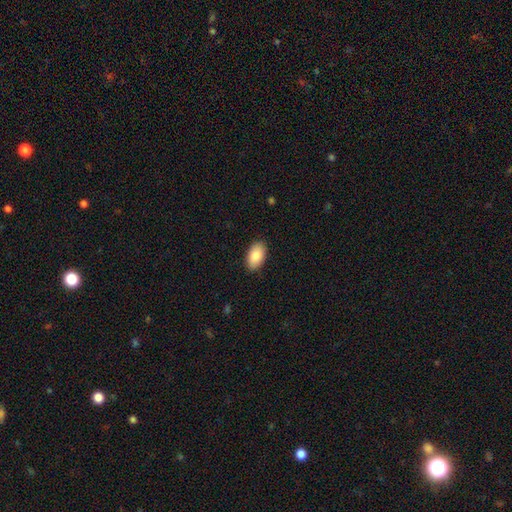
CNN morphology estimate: smooth_or_featured: smooth (p=0.87) [alt: featured or disk p=0.07]
how_rounded: in between (p=0.95) [alt: round p=0.04]
merging: none (p=0.89) [alt: minor disturbance p=0.09]